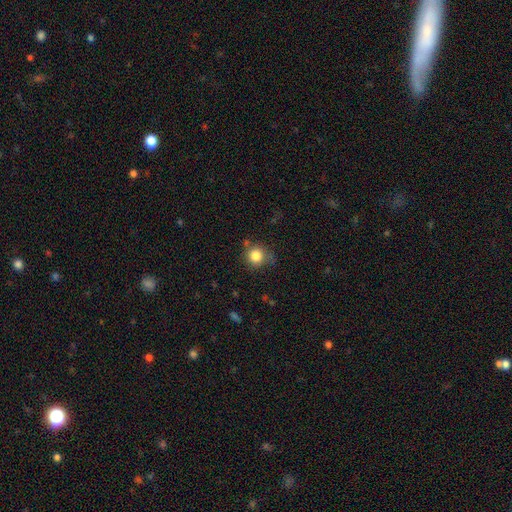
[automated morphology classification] Q: Smooth or featured?
A: smooth (83%); runner-up: star or artifact (11%)
Q: How rounded?
A: round (89%); runner-up: in between (10%)
Q: Merging?
A: none (72%); runner-up: minor disturbance (18%)